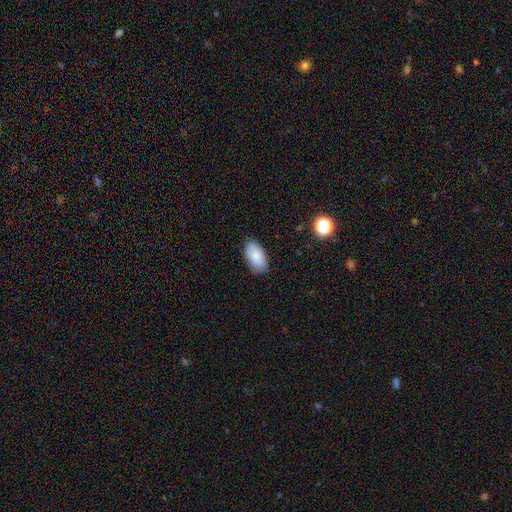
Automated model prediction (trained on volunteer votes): Overall: smooth (84%). How rounded: in between (95%). Merging: none (84%).